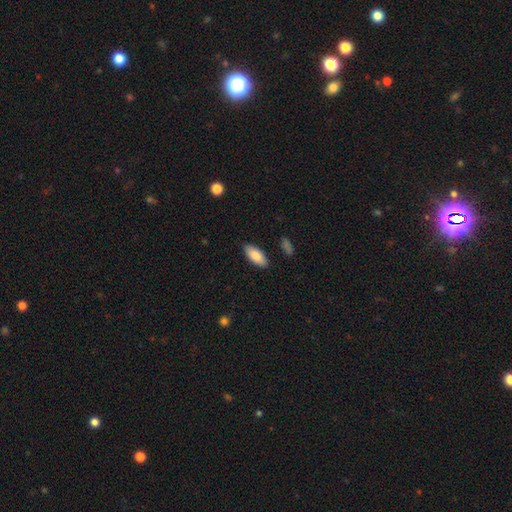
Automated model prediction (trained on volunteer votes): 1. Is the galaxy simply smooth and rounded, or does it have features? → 86% smooth, 8% featured or disk, 6% star or artifact.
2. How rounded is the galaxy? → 85% in between, 13% cigar-shaped, 2% round.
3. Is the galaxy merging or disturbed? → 87% none, 9% minor disturbance, 2% major disturbance, 1% merger.